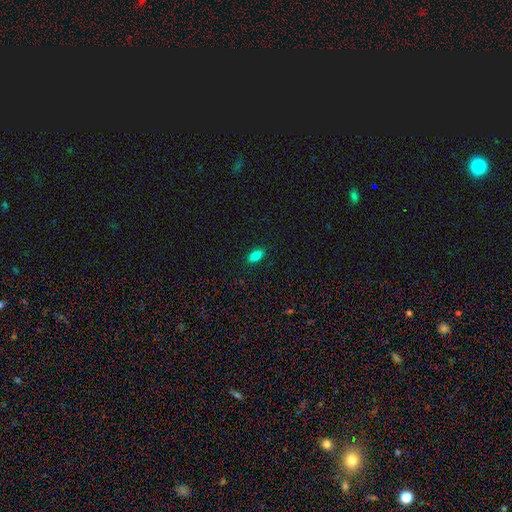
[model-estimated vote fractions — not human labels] This is clearly a smooth galaxy (84%). How rounded: clearly in between (90%). Merging: clearly none (89%).